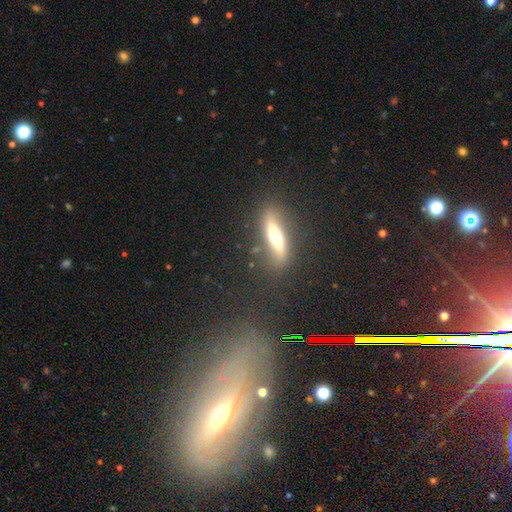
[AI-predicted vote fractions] Smooth or featured?
  - featured or disk: 47% *
  - smooth: 34%
  - star or artifact: 19%
Merging?
  - none: 77% *
  - minor disturbance: 13%
  - major disturbance: 6%
  - merger: 5%